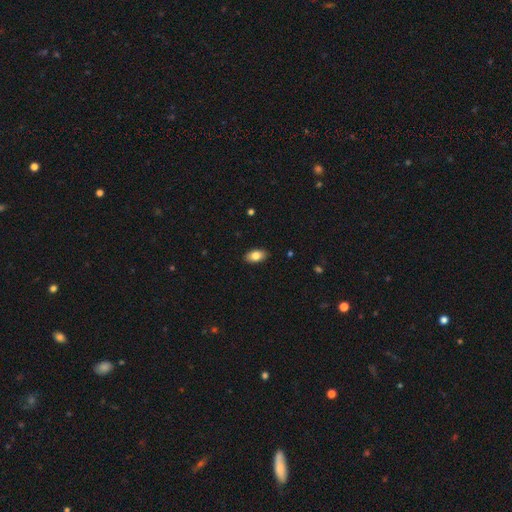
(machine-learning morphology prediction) Smooth or featured? Predicted: smooth (p=0.83). How rounded? Predicted: in between (p=0.92). Merging? Predicted: none (p=0.89).